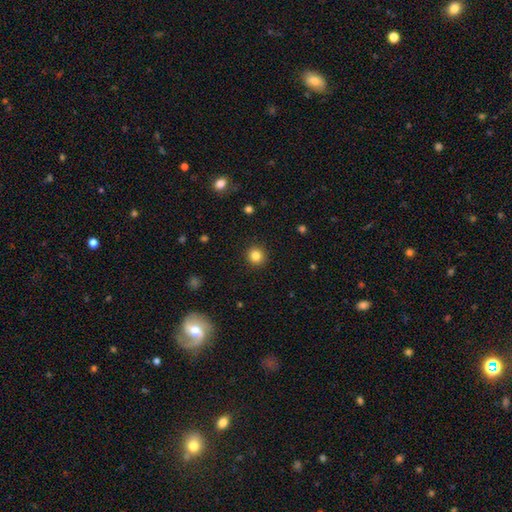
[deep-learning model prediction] This appears to be a smooth galaxy with no disk features (83%) that is round (92%). Merging: none (92%).